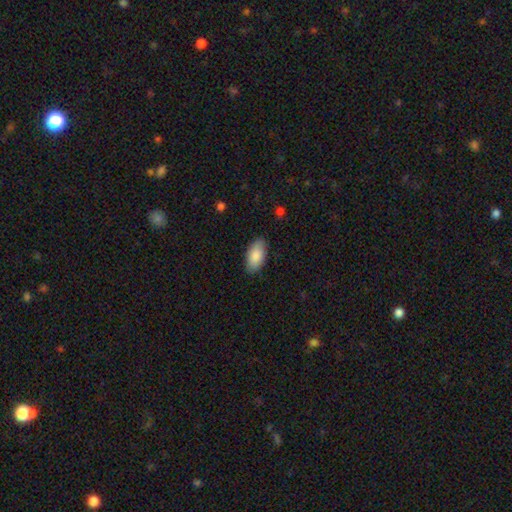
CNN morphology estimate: Smooth or featured?
  - smooth: 87% *
  - featured or disk: 8%
  - star or artifact: 6%
How rounded?
  - in between: 94% *
  - cigar-shaped: 4%
  - round: 2%
Merging?
  - none: 85% *
  - minor disturbance: 11%
  - major disturbance: 2%
  - merger: 1%